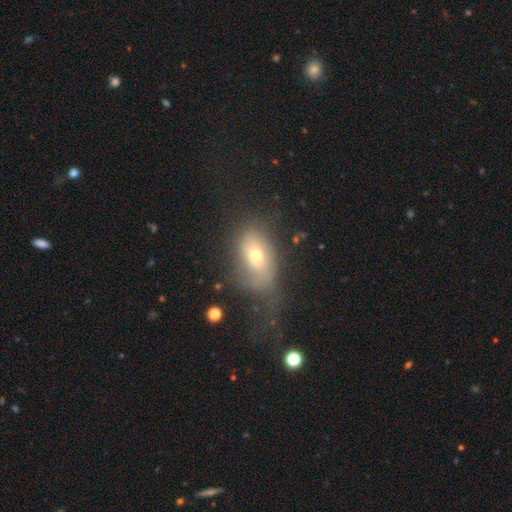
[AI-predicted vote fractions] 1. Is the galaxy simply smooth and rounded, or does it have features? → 57% smooth, 31% featured or disk, 11% star or artifact.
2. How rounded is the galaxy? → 82% in between, 14% round, 4% cigar-shaped.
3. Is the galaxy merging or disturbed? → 35% major disturbance, 33% none, 28% minor disturbance, 3% merger.